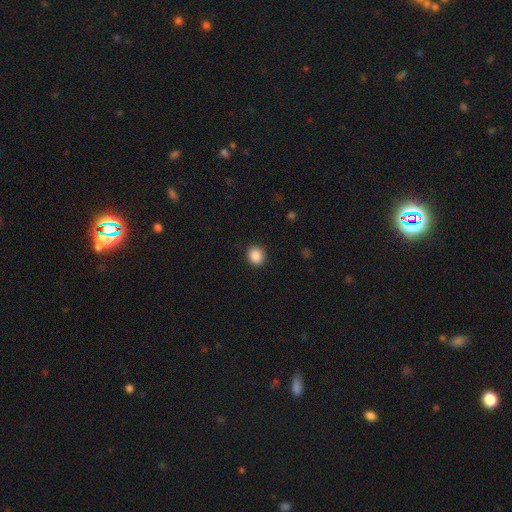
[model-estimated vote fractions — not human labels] The model was most divided on "how rounded": round: 65%, in between: 34%, cigar-shaped: 1%. More confident: merging — none (90%); smooth or featured — smooth (89%).